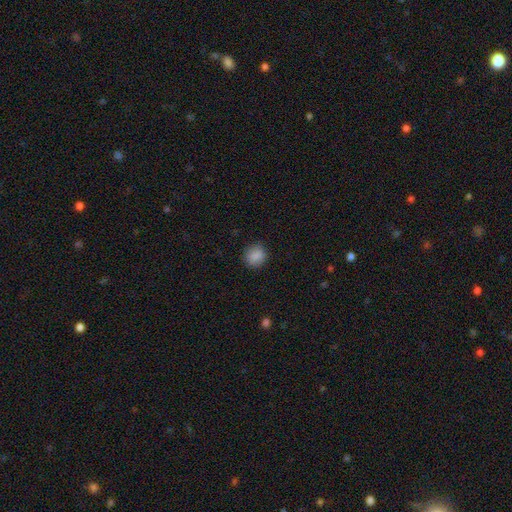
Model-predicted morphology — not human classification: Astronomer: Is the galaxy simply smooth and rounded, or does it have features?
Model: smooth — 87%.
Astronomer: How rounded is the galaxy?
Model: round — 78%.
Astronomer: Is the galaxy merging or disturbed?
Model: none — 85%.